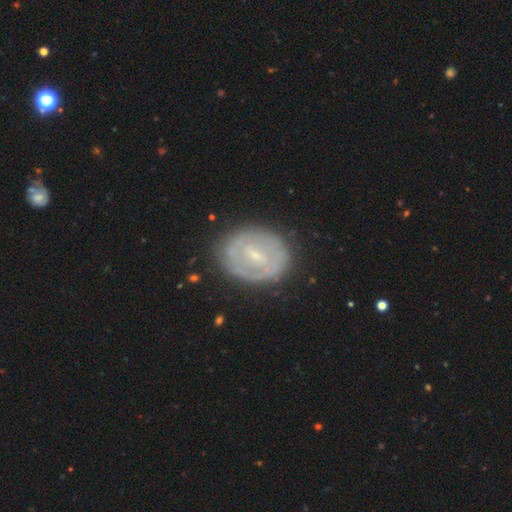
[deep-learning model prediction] A featured or disk galaxy (66%) with a weak bar (48%), no spiral arms (56%) and a small central bulge (70%).

Vote fractions:
- Smooth or featured? featured or disk: 66% / smooth: 27% / star or artifact: 7%
- Edge-on disk? no: 95% / yes: 5%
- Bar? weak: 48% / strong: 34% / no: 18%
- Spiral arms? no: 56% / yes: 44%
- Bulge size? small: 70% / moderate: 22% / none: 6% / large: 2% / dominant: 1%
- Merging? none: 79% / minor disturbance: 14% / major disturbance: 5% / merger: 1%